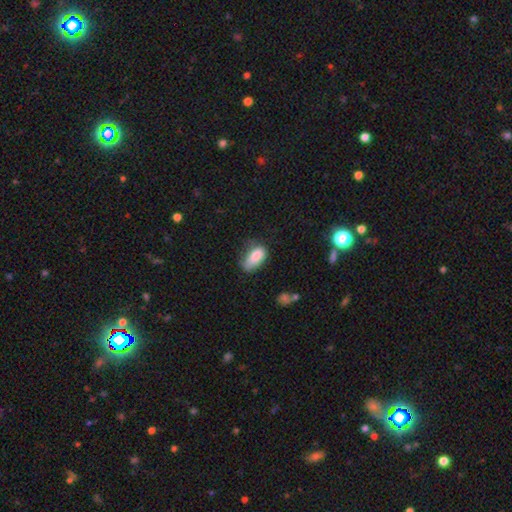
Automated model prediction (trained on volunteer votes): The model was most divided on "merging": none: 44%, minor disturbance: 38%, major disturbance: 15%, merger: 3%. More confident: how rounded — in between (91%); smooth or featured — smooth (83%).